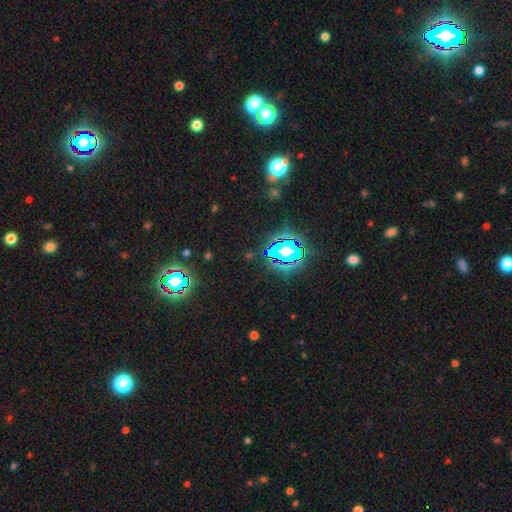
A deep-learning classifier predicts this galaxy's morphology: smooth_or_featured: star or artifact (p=0.81) [alt: smooth p=0.11]